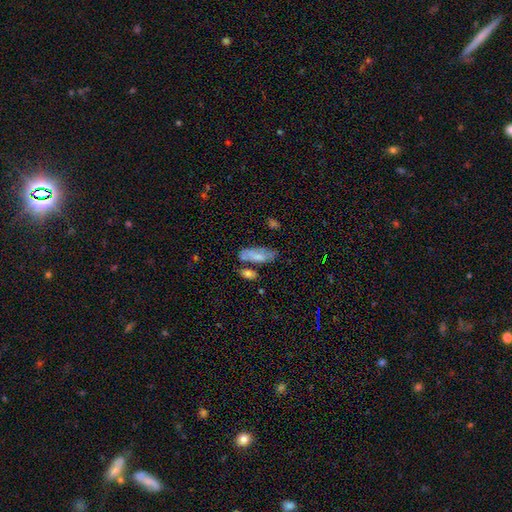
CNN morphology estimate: smooth-or-featured: smooth: 67% | featured or disk: 25% | star or artifact: 8%
  how-rounded: in between: 73% | cigar-shaped: 24% | round: 3%
  merging: none: 51% | minor disturbance: 23% | merger: 18% | major disturbance: 9%